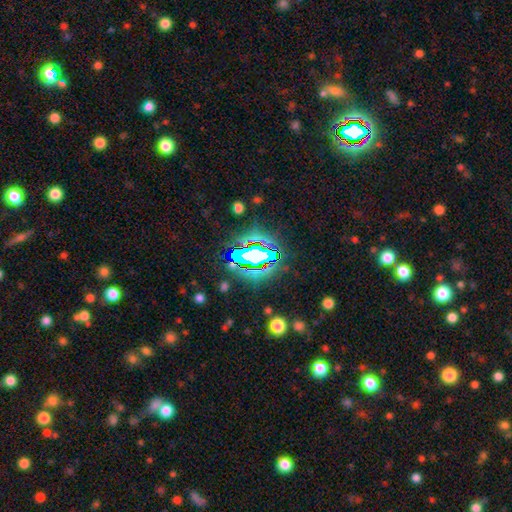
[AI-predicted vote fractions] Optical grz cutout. It shows a star or artifact, not a galaxy (65%).